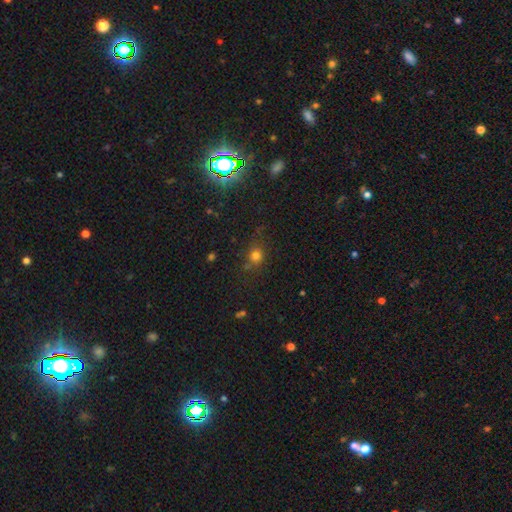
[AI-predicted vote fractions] Smooth or featured? smooth (73%)
How rounded? round (79%)
Merging? none (73%)